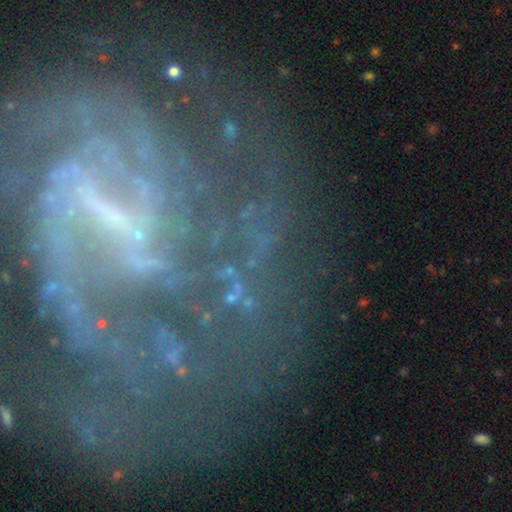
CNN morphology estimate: This is possibly a featured or disk galaxy (57%). It is clearly not viewed edge-on (94%). Bar: marginally no (37%). Spiral arm pattern: likely yes (80%). Central bulge: possibly small (57%). Merging: likely none (64%).